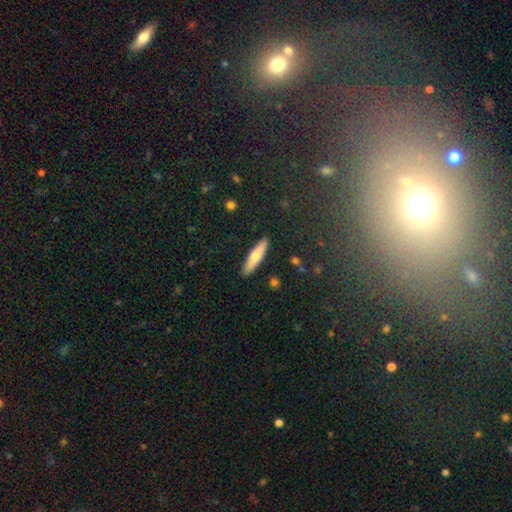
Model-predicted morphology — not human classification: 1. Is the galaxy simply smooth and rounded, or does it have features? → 70% smooth, 24% featured or disk, 6% star or artifact.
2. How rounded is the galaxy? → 80% cigar-shaped, 19% in between, 2% round.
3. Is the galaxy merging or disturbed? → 90% none, 7% minor disturbance, 2% major disturbance, 1% merger.